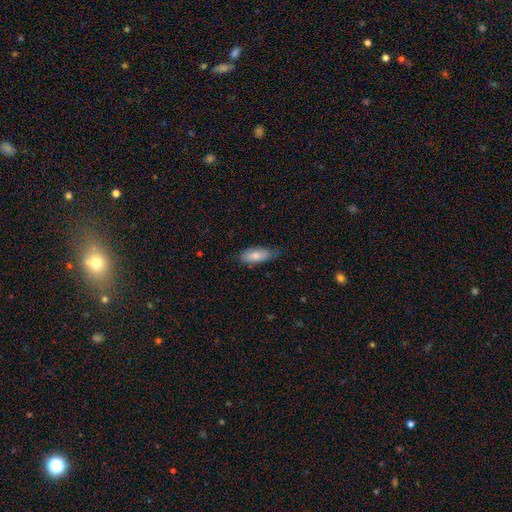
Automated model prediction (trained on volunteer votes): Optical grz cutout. It shows a smooth galaxy with no disk features (81%) that is in between round and cigar-shaped (85%). Merging: none (60%).